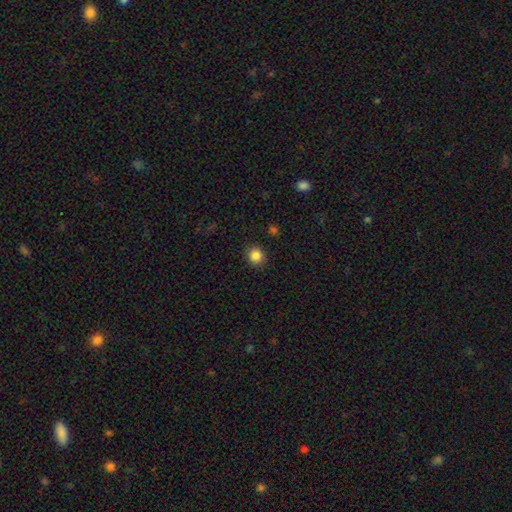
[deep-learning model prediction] smooth-or-featured: smooth: 86% | star or artifact: 11% | featured or disk: 4%
  how-rounded: round: 86% | in between: 13% | cigar-shaped: 1%
  merging: none: 90% | minor disturbance: 6% | major disturbance: 2% | merger: 1%